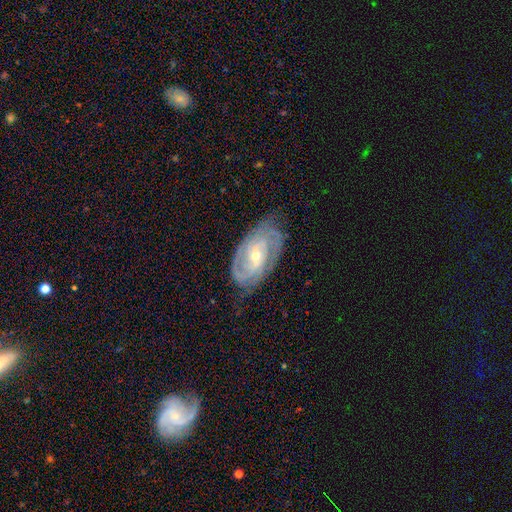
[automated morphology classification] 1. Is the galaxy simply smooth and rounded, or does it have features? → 86% featured or disk, 8% smooth, 5% star or artifact.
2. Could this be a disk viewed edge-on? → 95% no, 5% yes.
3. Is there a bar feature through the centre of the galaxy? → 47% no, 39% weak, 14% strong.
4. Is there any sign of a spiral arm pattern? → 96% yes, 4% no.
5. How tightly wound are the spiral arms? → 66% tight, 28% medium, 6% loose.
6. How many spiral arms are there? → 42% 2, 26% can't tell, 17% 3, 7% 4, 4% 1, 4% more than 4.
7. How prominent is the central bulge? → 60% small, 37% moderate, 1% large, 1% none, 1% dominant.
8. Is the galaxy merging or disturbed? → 74% none, 20% minor disturbance, 6% major disturbance, 1% merger.